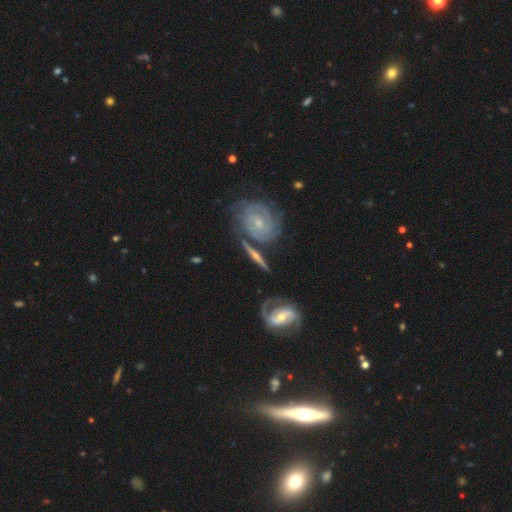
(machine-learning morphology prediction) Overall: featured or disk (78%). Edge-on disk: no (60%; yes 40%). Merging: none (63%).